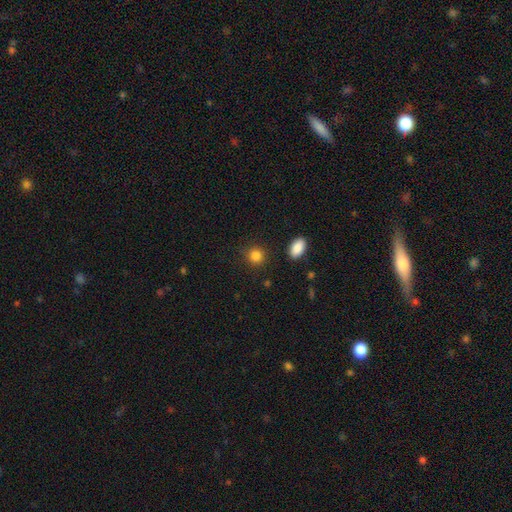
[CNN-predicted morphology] The model was most divided on "how rounded": round: 86%, in between: 13%, cigar-shaped: 1%. More confident: merging — none (88%); smooth or featured — smooth (86%).